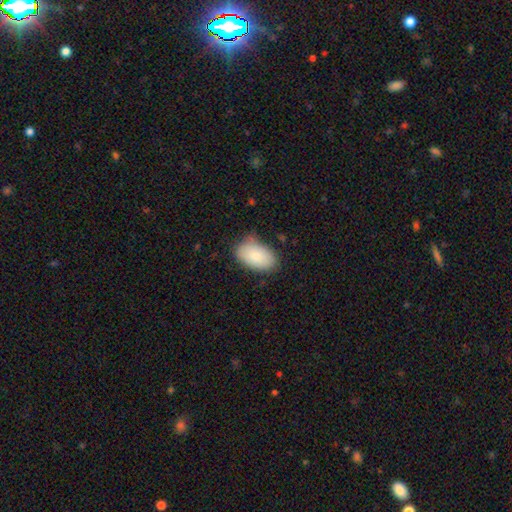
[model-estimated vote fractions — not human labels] Morphology: type=smooth (86%); roundness=in between (93%); merging=none (74%).